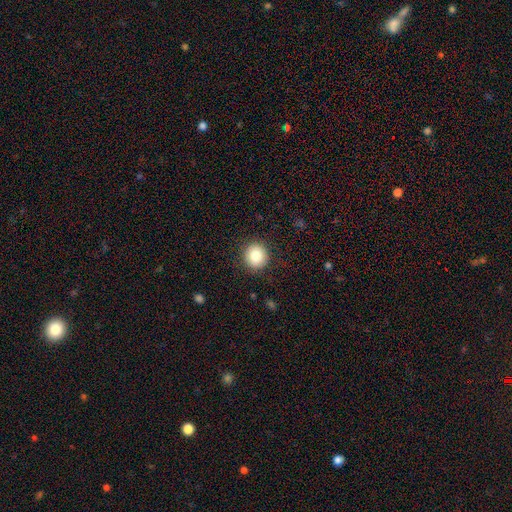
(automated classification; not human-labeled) The model was most divided on "smooth or featured": smooth: 84%, star or artifact: 9%, featured or disk: 7%. More confident: how rounded — round (90%); merging — none (90%).